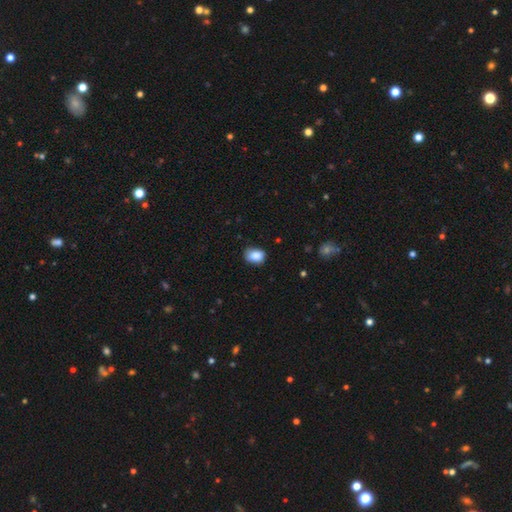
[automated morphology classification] smooth-or-featured: smooth: 85% | star or artifact: 9% | featured or disk: 6%
  how-rounded: in between: 66% | round: 33% | cigar-shaped: 1%
  merging: none: 73% | minor disturbance: 22% | major disturbance: 4% | merger: 1%